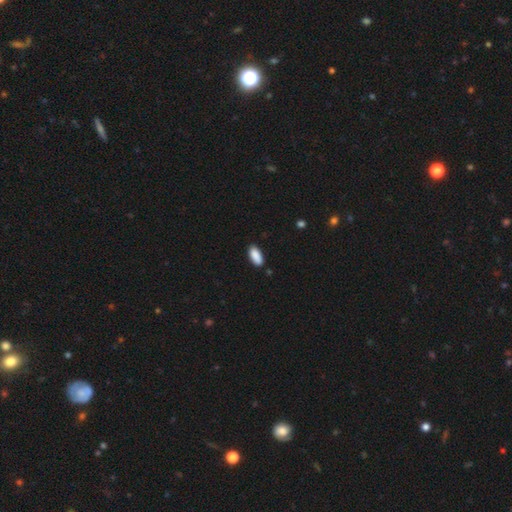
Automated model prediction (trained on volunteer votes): The model was most divided on "merging": none: 86%, minor disturbance: 11%, major disturbance: 2%, merger: 1%. More confident: smooth or featured — smooth (90%); how rounded — in between (89%).